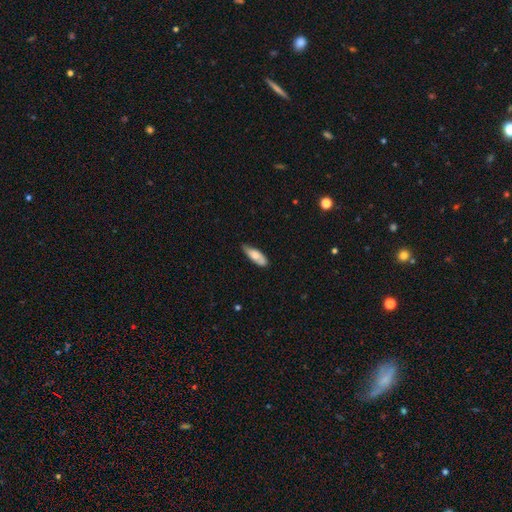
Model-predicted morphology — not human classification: Smooth or featured?
  - smooth: 68% *
  - featured or disk: 26%
  - star or artifact: 6%
How rounded?
  - in between: 63% *
  - cigar-shaped: 35%
  - round: 2%
Merging?
  - none: 64% *
  - minor disturbance: 30%
  - major disturbance: 5%
  - merger: 2%